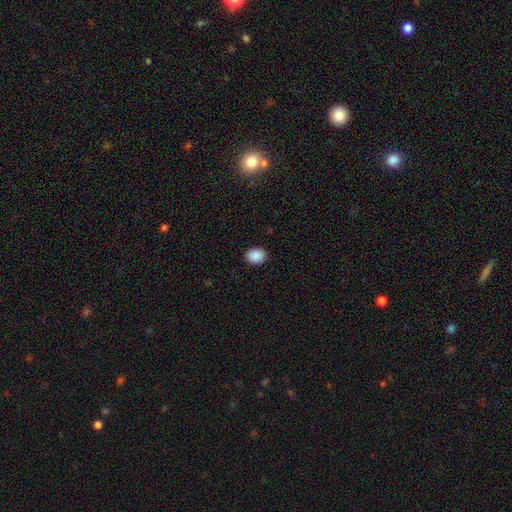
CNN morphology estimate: Smooth or featured: smooth — 90% (star or artifact — 8%)
How rounded: in between — 54% (round — 45%)
Merging: none — 89% (minor disturbance — 8%)